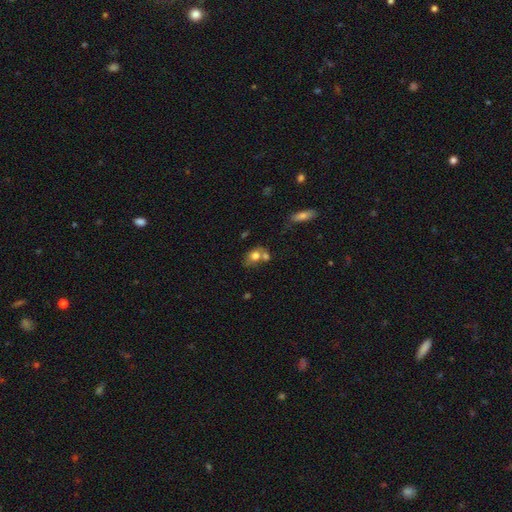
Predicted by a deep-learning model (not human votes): smooth 71%, featured or disk 19%, star or artifact 10%. Down the decision tree: how rounded — in between (63%); merging — merger (42%).